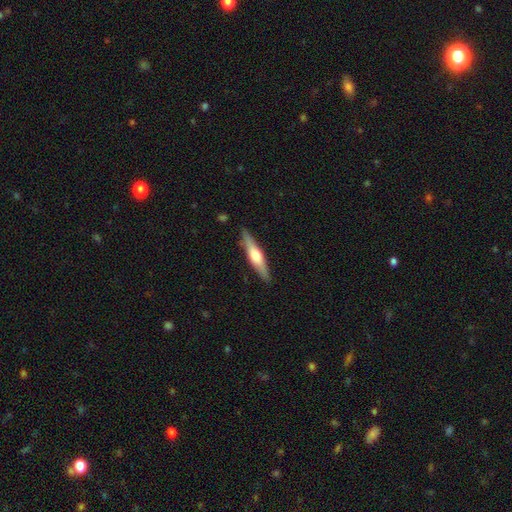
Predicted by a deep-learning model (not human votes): smooth-or-featured: featured or disk: 55% | smooth: 40% | star or artifact: 5%
  disk-edge-on: yes: 94% | no: 6%
    edge-on-bulge: rounded: 88% | boxy: 7% | none: 6%
  merging: none: 88% | minor disturbance: 9% | major disturbance: 2% | merger: 1%